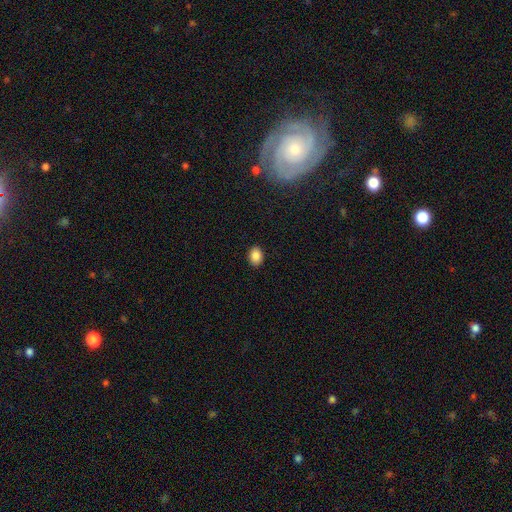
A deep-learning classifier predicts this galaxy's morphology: smooth 87%, star or artifact 9%, featured or disk 4%. Down the decision tree: how rounded — in between (67%); merging — none (90%).